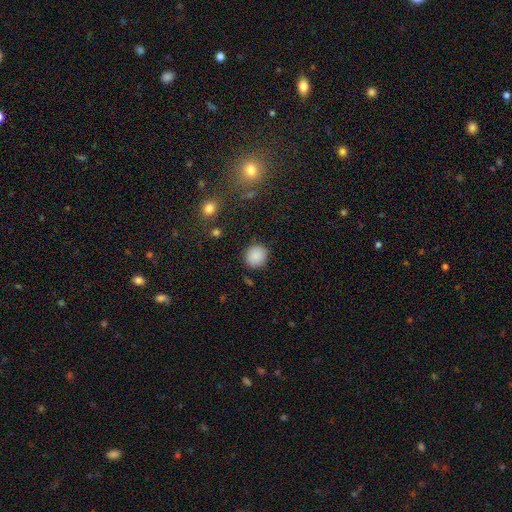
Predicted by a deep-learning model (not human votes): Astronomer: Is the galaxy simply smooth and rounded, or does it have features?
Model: smooth — 88%.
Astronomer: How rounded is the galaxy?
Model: round — 86%.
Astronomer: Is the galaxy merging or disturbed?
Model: none — 87%.